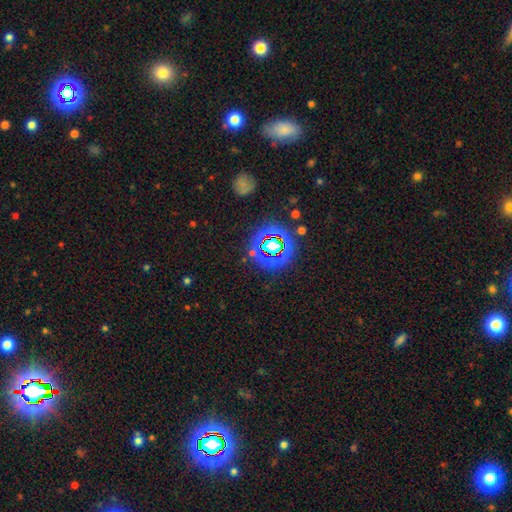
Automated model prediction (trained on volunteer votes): The model was most divided on "smooth or featured": star or artifact: 72%, smooth: 18%, featured or disk: 10%.